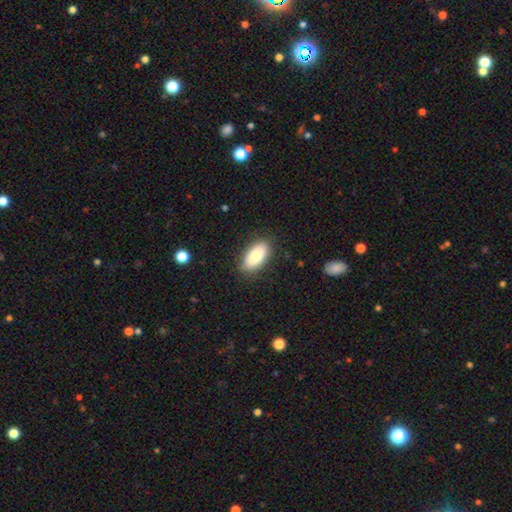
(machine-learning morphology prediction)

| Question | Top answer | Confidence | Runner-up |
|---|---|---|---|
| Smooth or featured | smooth | 78% | featured or disk (16%) |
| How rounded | in between | 93% | cigar-shaped (4%) |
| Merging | none | 86% | minor disturbance (10%) |